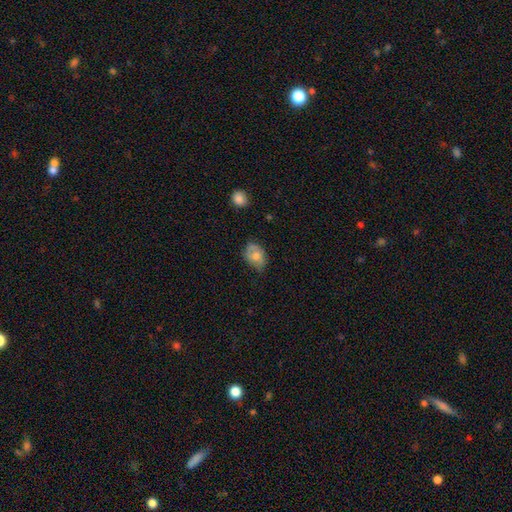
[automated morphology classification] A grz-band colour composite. It shows a smooth galaxy with no disk features (64%) that is in between round and cigar-shaped (73%). Merging: none (55%).